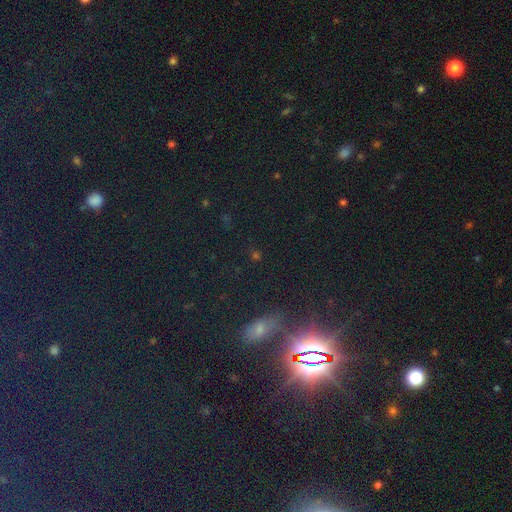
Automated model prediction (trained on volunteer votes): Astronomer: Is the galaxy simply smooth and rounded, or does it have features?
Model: star or artifact — 68%.